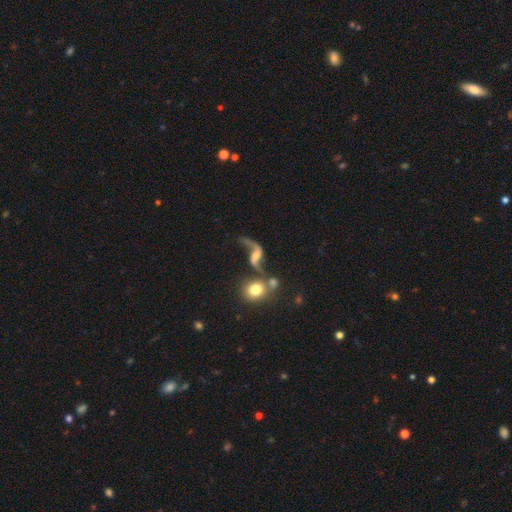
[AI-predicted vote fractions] featured or disk 80%, smooth 12%, star or artifact 8%. Down the decision tree: edge-on disk — no (96%); bar — weak (41%, tied with no); spiral arms — yes (92%); spiral arm count — 2 (89%); spiral winding — loose (91%); bulge size — small (38%); merging — none (46%).